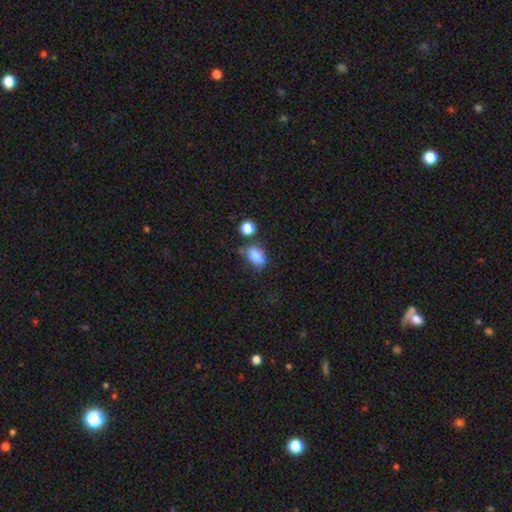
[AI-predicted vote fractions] A smooth galaxy with no disk features (82%) that is in between round and cigar-shaped (82%).

Vote fractions:
- Smooth or featured? smooth: 82% / star or artifact: 10% / featured or disk: 8%
- How rounded? in between: 82% / round: 16% / cigar-shaped: 2%
- Merging? none: 46% / minor disturbance: 28% / merger: 15% / major disturbance: 12%